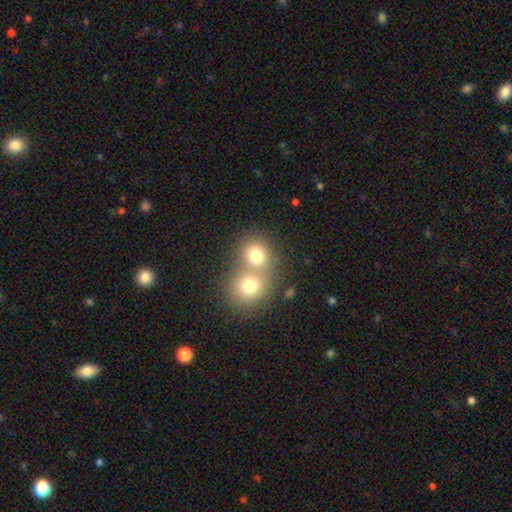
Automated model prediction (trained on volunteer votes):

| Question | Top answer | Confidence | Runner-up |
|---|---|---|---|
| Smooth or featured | smooth | 76% | featured or disk (12%) |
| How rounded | round | 79% | in between (21%) |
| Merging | merger | 57% | none (35%) |